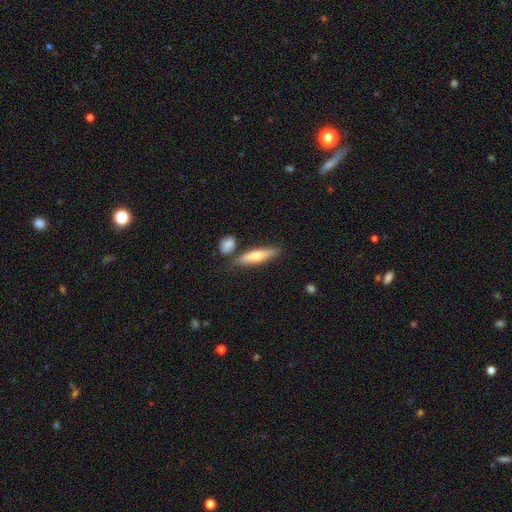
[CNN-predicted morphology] Overall: smooth (53%; featured or disk 41%). How rounded: cigar-shaped (76%). Merging: none (73%).